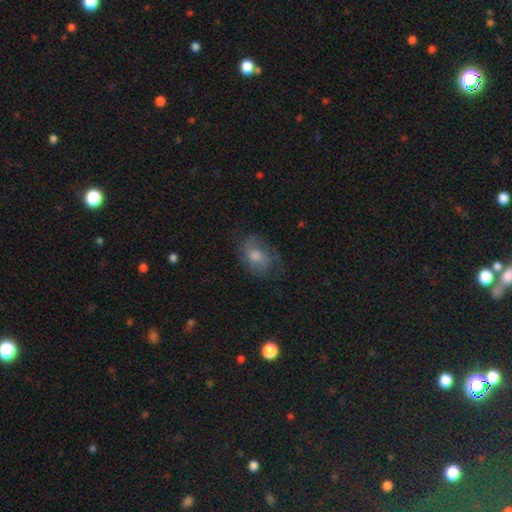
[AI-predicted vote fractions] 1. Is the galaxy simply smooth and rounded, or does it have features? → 53% featured or disk, 35% smooth, 12% star or artifact.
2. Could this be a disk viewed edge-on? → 96% no, 4% yes.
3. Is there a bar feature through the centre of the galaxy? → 74% no, 23% weak, 3% strong.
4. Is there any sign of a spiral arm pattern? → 80% yes, 20% no.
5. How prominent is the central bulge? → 57% moderate, 25% small, 11% large, 5% none, 2% dominant.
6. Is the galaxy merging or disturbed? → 61% none, 23% minor disturbance, 14% major disturbance, 1% merger.